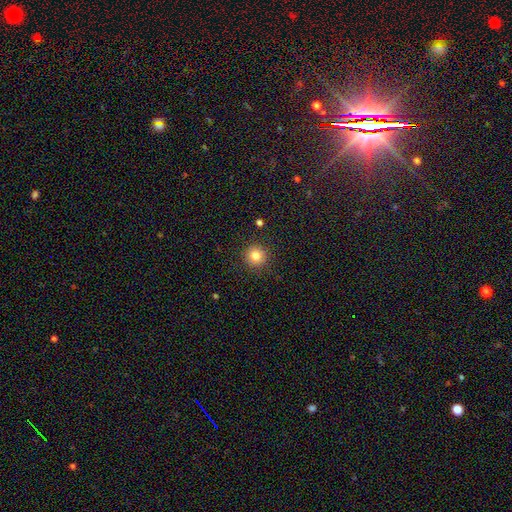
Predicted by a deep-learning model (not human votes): Q: Smooth or featured?
A: smooth (82%); runner-up: star or artifact (12%)
Q: How rounded?
A: round (94%); runner-up: in between (5%)
Q: Merging?
A: none (91%); runner-up: minor disturbance (6%)